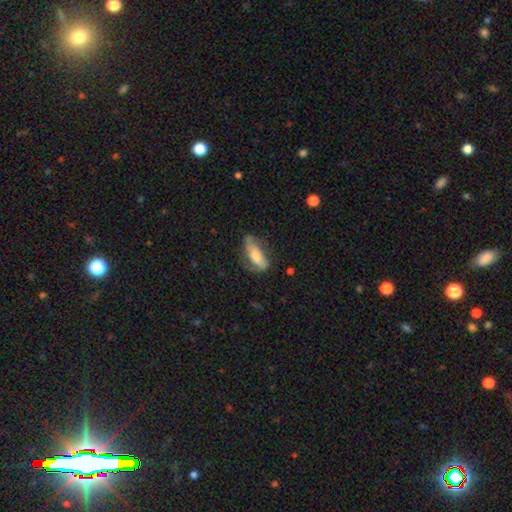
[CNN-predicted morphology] This is possibly a smooth galaxy (55%). How rounded: likely in between (65%). Merging: possibly none (56%).